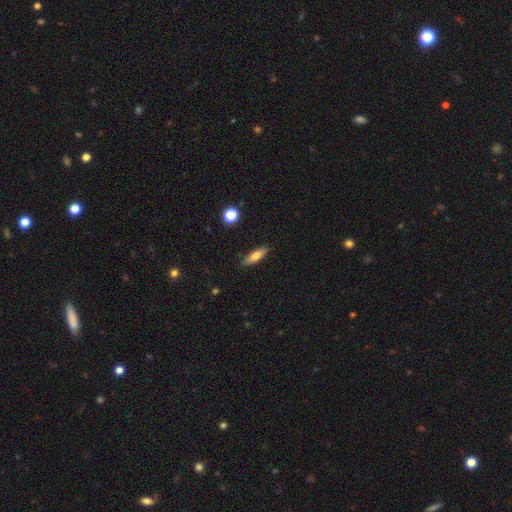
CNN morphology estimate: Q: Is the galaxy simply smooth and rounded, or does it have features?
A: smooth — 72%.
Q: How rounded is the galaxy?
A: cigar-shaped — 61%.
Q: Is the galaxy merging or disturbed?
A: none — 86%.